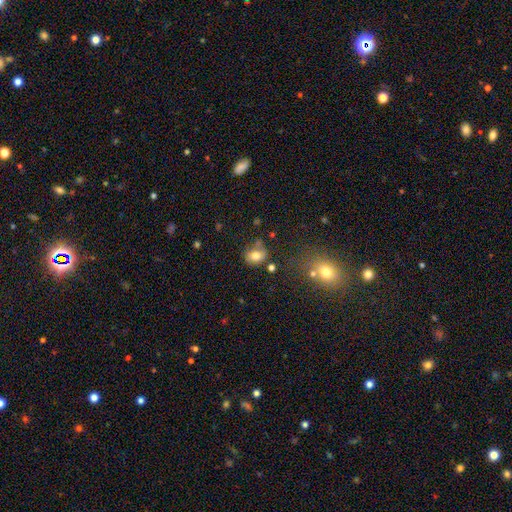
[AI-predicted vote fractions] This appears to be a smooth galaxy with no disk features (78%) that is round (53%). Merging: none (57%).